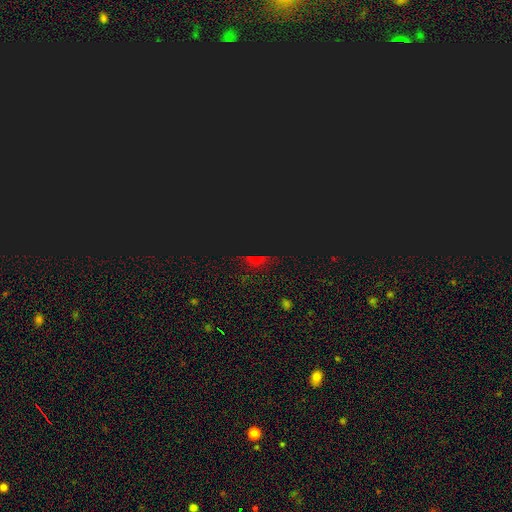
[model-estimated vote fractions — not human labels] The model was most divided on "smooth or featured": star or artifact: 69%, smooth: 22%, featured or disk: 9%.